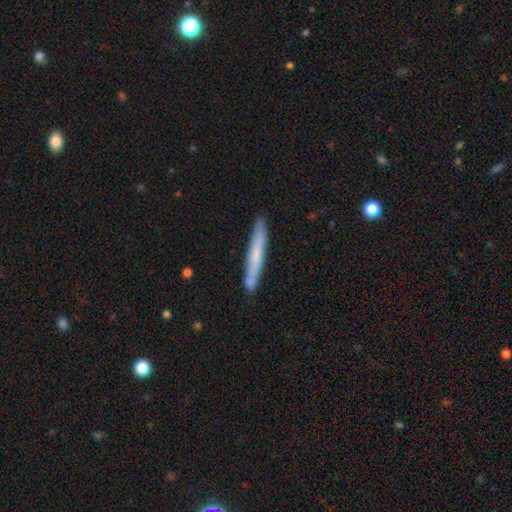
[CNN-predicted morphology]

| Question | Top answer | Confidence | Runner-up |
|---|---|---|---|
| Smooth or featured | smooth | 59% | featured or disk (35%) |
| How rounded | cigar-shaped | 96% | in between (3%) |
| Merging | none | 82% | minor disturbance (12%) |